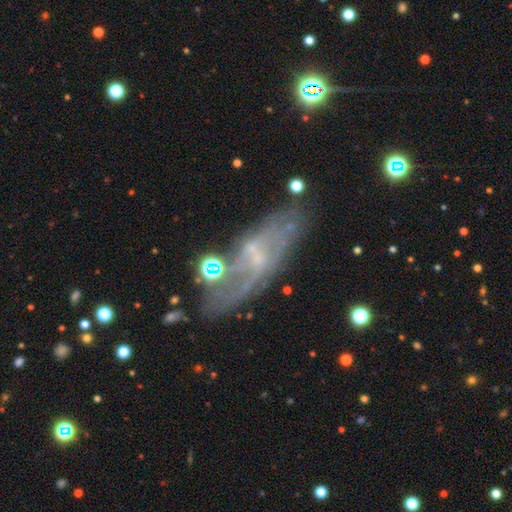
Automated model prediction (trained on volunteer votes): Smooth or featured? featured or disk (68%)
Edge-on disk? no (82%)
Bar? weak (44%)
Spiral arms? yes (69%)
Bulge size? small (51%)
Merging? none (58%)